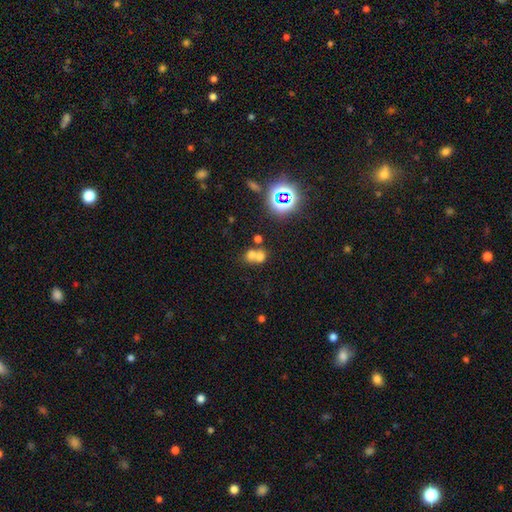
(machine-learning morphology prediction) Smooth or featured? Predicted: smooth (p=0.62). How rounded? Predicted: round (p=0.65). Merging? Predicted: merger (p=0.62).